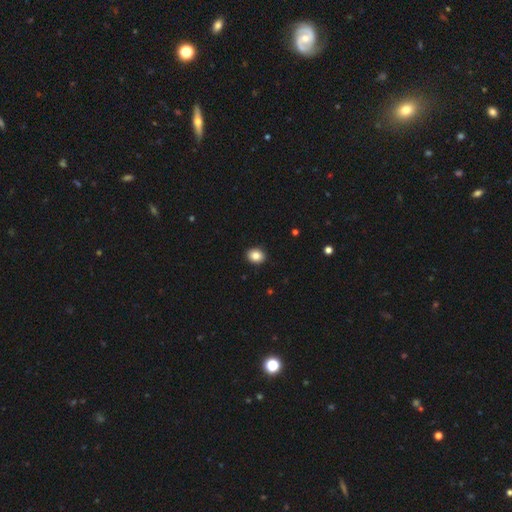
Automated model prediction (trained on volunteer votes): smooth 86%, star or artifact 9%, featured or disk 5%. Down the decision tree: how rounded — round (60%); merging — none (92%).